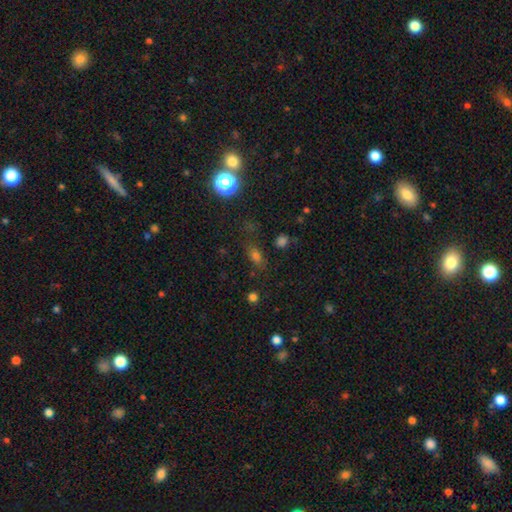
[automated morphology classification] Q: Smooth or featured?
A: smooth (61%); runner-up: star or artifact (29%)
Q: How rounded?
A: in between (64%); runner-up: round (27%)
Q: Merging?
A: none (74%); runner-up: minor disturbance (15%)